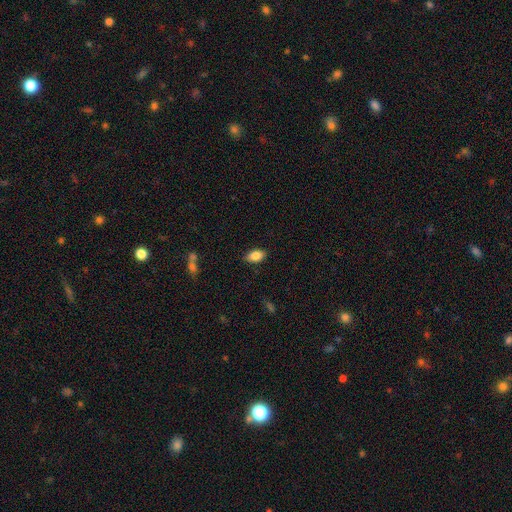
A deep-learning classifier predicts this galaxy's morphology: Q: Smooth or featured?
A: smooth (84%); runner-up: featured or disk (8%)
Q: How rounded?
A: in between (89%); runner-up: round (7%)
Q: Merging?
A: none (84%); runner-up: minor disturbance (12%)